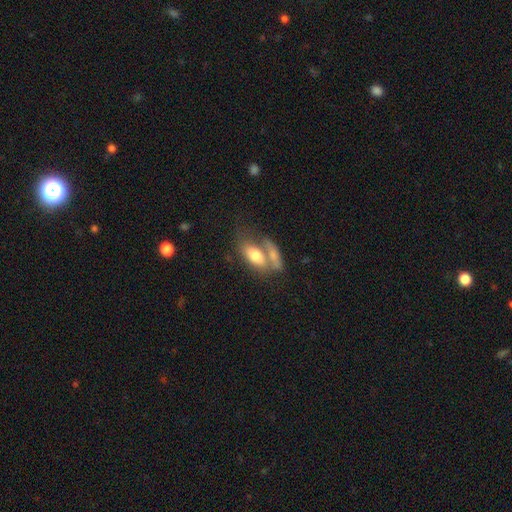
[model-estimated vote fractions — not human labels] This is likely a smooth galaxy (71%). How rounded: clearly in between (84%). Merging: possibly merger (51%).